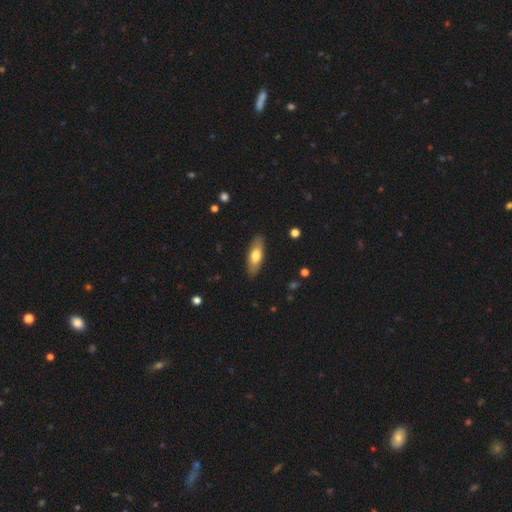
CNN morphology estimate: Overall: smooth (66%; featured or disk 29%). How rounded: in between (64%; cigar-shaped 34%). Merging: none (88%).